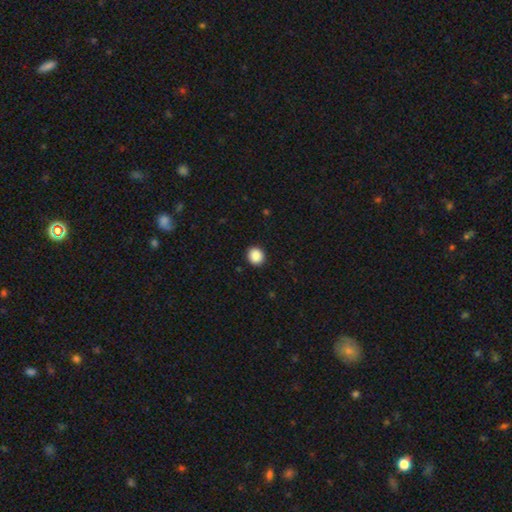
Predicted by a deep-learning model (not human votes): This appears to be a smooth galaxy with no disk features (89%) that is round (86%). Merging: none (92%).